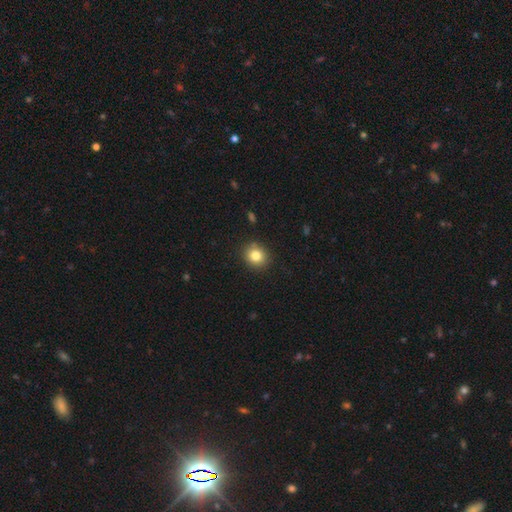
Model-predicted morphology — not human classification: Smooth or featured? Predicted: smooth (p=0.82). How rounded? Predicted: round (p=0.79). Merging? Predicted: none (p=0.89).